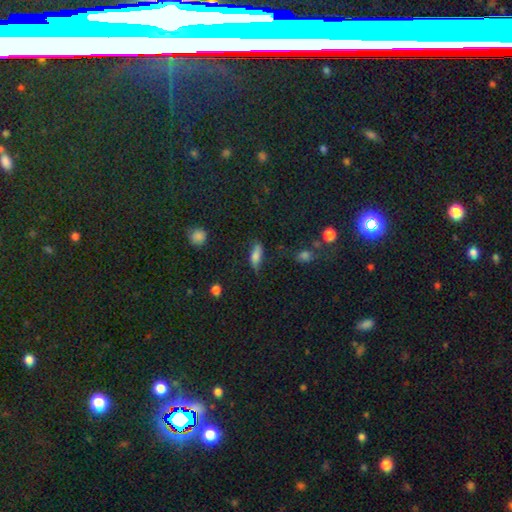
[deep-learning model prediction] smooth 65%, featured or disk 24%, star or artifact 11%. Down the decision tree: how rounded — in between (63%); merging — none (56%).